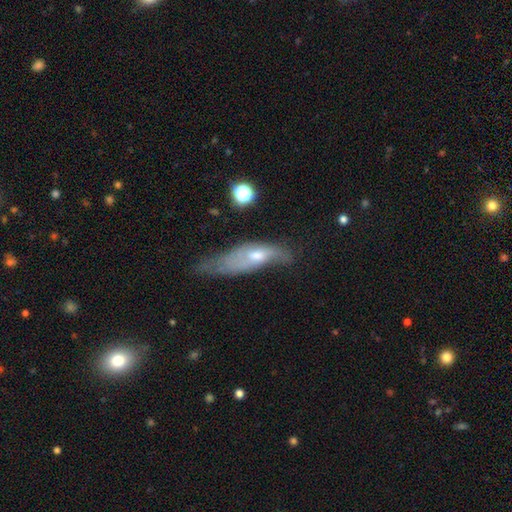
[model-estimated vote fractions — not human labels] Smooth or featured? featured or disk (48%)
Merging? minor disturbance (33%)